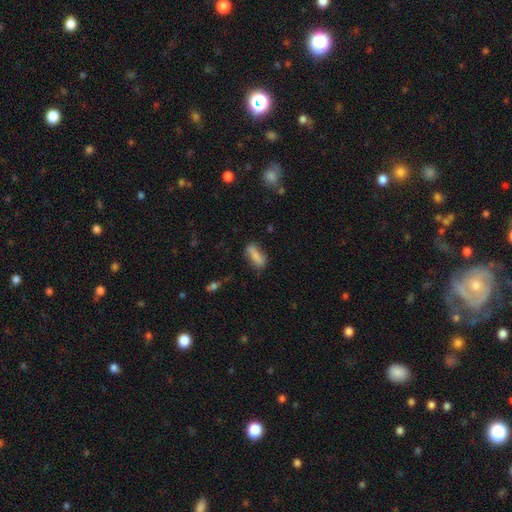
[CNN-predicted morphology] This is likely a smooth galaxy (77%). How rounded: likely in between (62%). Merging: likely none (72%).